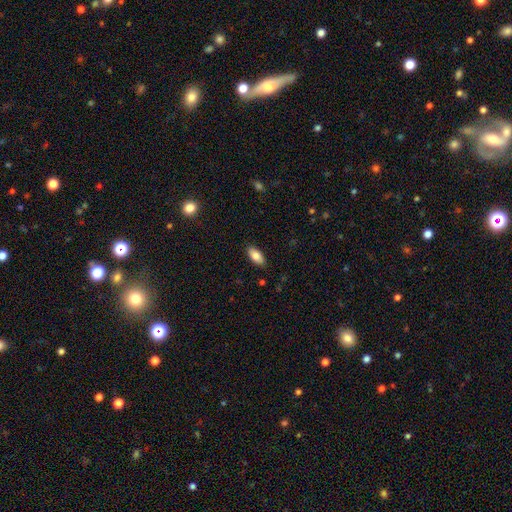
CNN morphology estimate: Smooth or featured?
  - smooth: 84% *
  - featured or disk: 9%
  - star or artifact: 7%
How rounded?
  - in between: 90% *
  - cigar-shaped: 8%
  - round: 2%
Merging?
  - none: 88% *
  - minor disturbance: 9%
  - major disturbance: 2%
  - merger: 1%